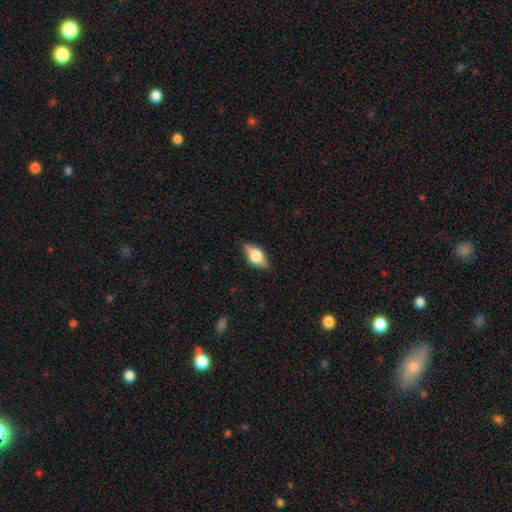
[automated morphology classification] Smooth or featured? smooth (62%)
How rounded? in between (85%)
Merging? none (83%)